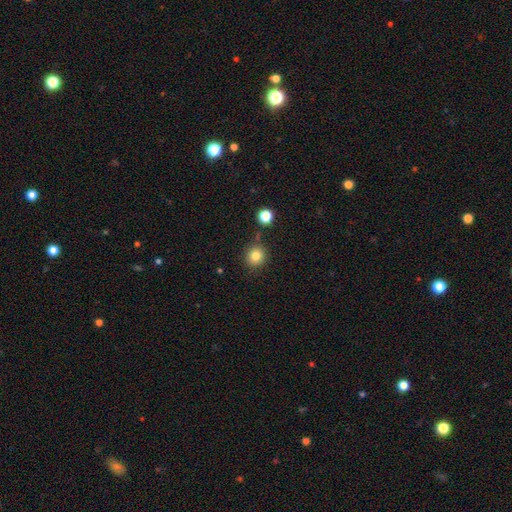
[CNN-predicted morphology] This appears to be a smooth galaxy with no disk features (82%) that is round (91%). Merging: none (82%).